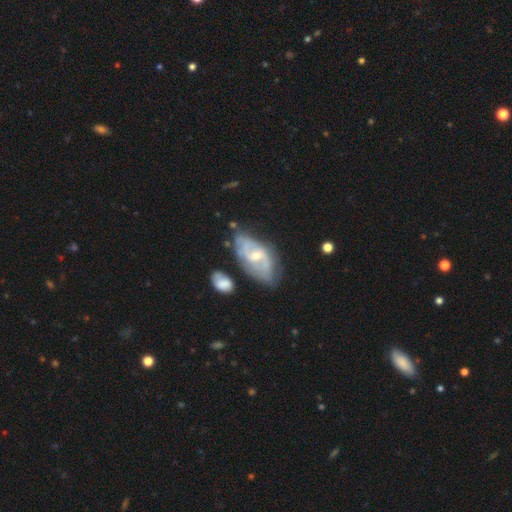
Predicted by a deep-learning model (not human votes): smooth_or_featured: featured or disk (p=0.78) [alt: smooth p=0.17]
disk_edge_on: no (p=0.95) [alt: yes p=0.05]
bar: weak (p=0.51) [alt: no p=0.38]
has_spiral_arms: yes (p=0.89) [alt: no p=0.11]
spiral_winding: medium (p=0.44) [alt: tight p=0.30]
spiral_arm_count: 2 (p=0.68) [alt: can't tell p=0.20]
bulge_size: small (p=0.53) [alt: moderate p=0.43]
merging: none (p=0.58) [alt: minor disturbance p=0.25]